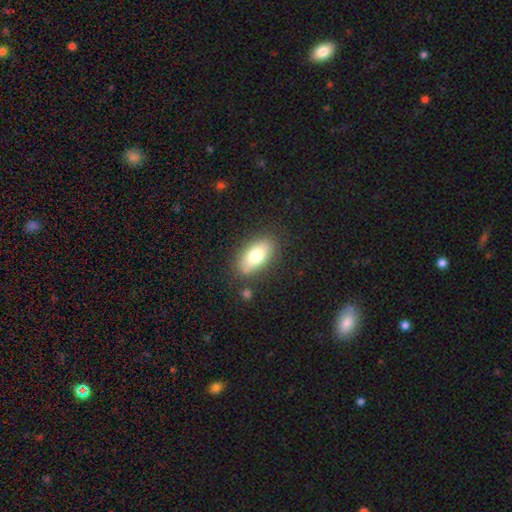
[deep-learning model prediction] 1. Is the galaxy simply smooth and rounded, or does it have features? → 74% smooth, 19% featured or disk, 7% star or artifact.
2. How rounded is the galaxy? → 88% in between, 7% cigar-shaped, 5% round.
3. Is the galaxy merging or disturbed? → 81% none, 13% minor disturbance, 4% major disturbance, 3% merger.